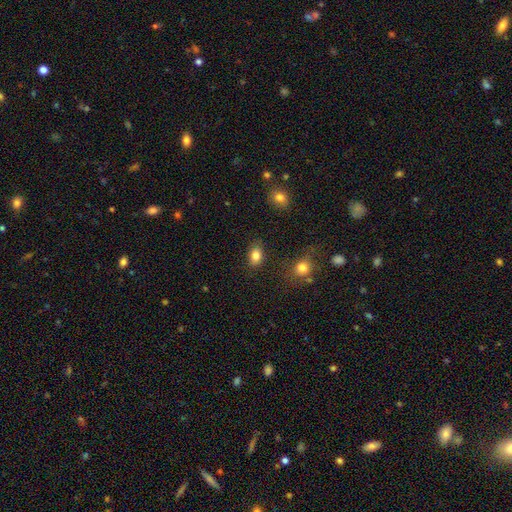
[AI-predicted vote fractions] smooth-or-featured: smooth: 83% | star or artifact: 10% | featured or disk: 7%
  how-rounded: in between: 78% | round: 20% | cigar-shaped: 1%
  merging: none: 83% | minor disturbance: 12% | major disturbance: 3% | merger: 2%